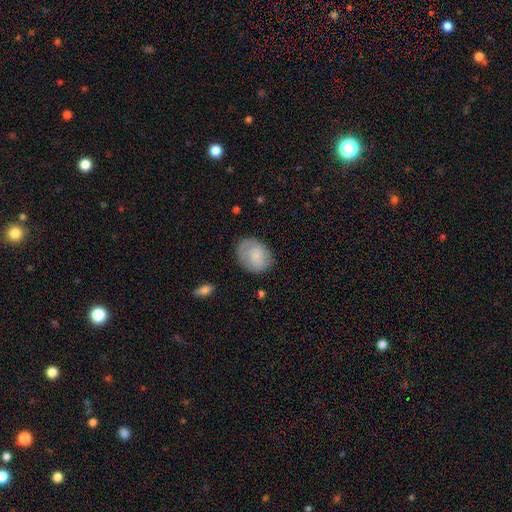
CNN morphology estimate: This appears to be a smooth galaxy with no disk features (74%) that is in between round and cigar-shaped (58%). Merging: none (74%).